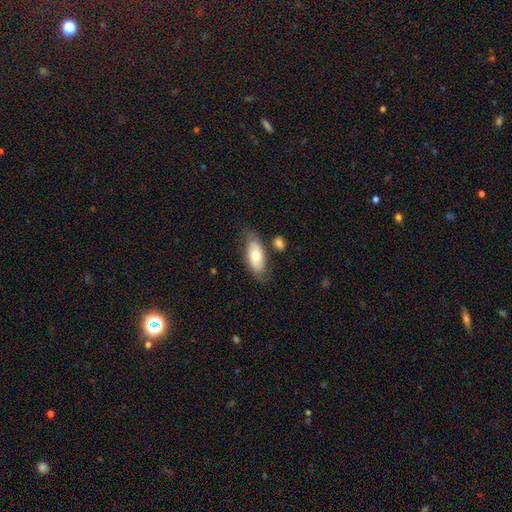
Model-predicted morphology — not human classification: Smooth or featured?
  - smooth: 65% *
  - featured or disk: 29%
  - star or artifact: 6%
How rounded?
  - in between: 88% *
  - cigar-shaped: 8%
  - round: 3%
Merging?
  - none: 70% *
  - minor disturbance: 18%
  - merger: 6%
  - major disturbance: 6%